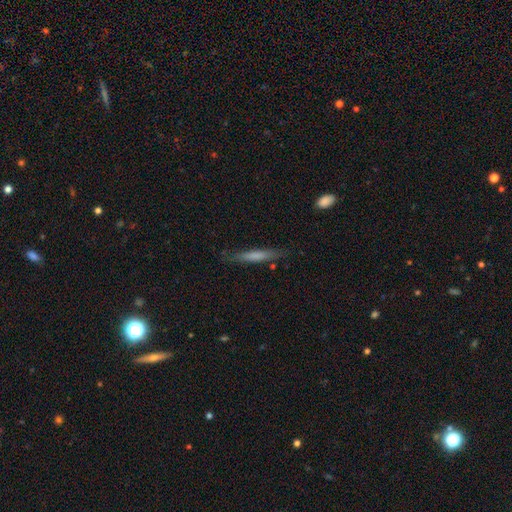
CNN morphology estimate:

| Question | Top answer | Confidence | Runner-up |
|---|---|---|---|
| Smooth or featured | smooth | 66% | featured or disk (28%) |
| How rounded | cigar-shaped | 92% | in between (6%) |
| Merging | none | 81% | minor disturbance (14%) |